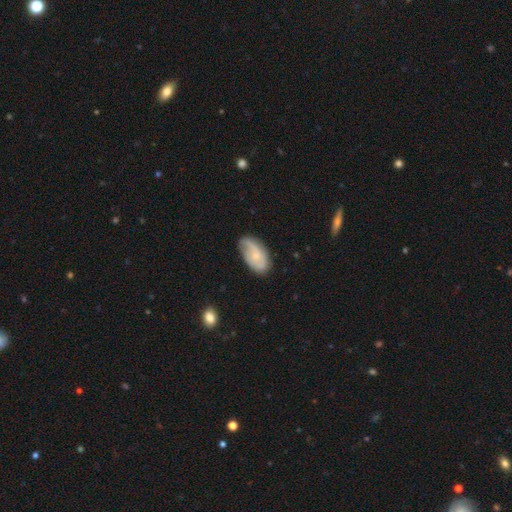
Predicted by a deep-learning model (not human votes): This is possibly a smooth galaxy (47%). Merging: likely none (66%).